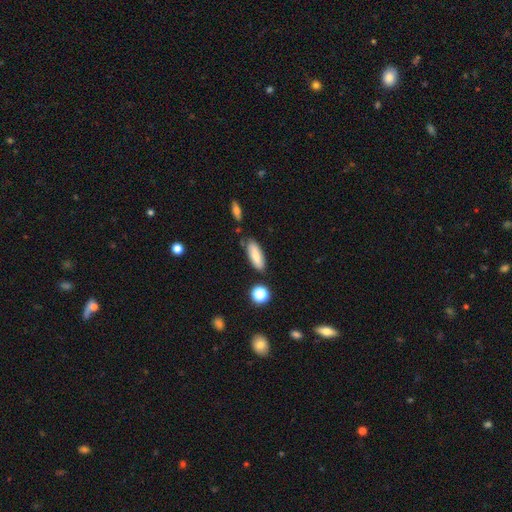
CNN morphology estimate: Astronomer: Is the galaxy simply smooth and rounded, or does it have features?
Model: smooth — 79%.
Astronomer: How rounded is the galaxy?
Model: in between — 66%.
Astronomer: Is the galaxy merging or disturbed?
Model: none — 78%.